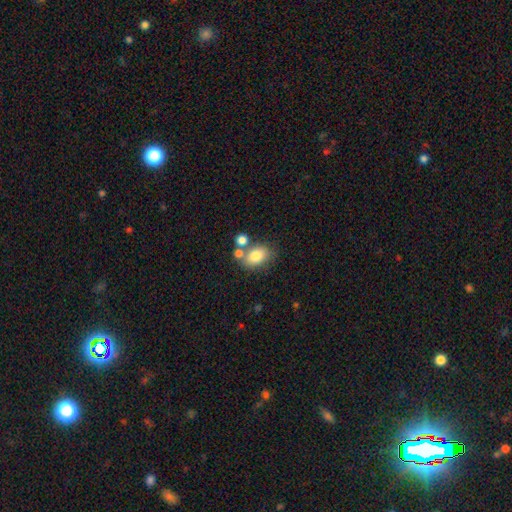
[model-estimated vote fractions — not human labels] smooth 78%, featured or disk 12%, star or artifact 9%. Down the decision tree: how rounded — in between (73%); merging — none (56%).